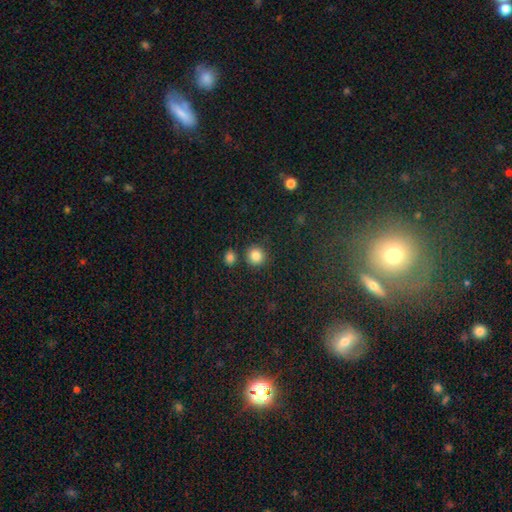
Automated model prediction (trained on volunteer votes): smooth-or-featured: smooth: 85% | star or artifact: 10% | featured or disk: 4%
  how-rounded: round: 90% | in between: 9% | cigar-shaped: 1%
  merging: none: 82% | merger: 8% | minor disturbance: 8% | major disturbance: 3%